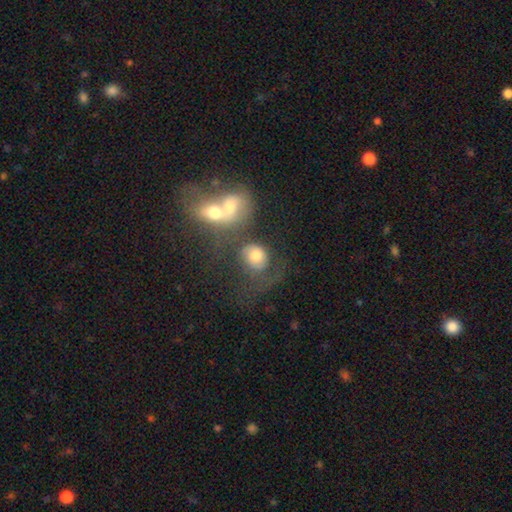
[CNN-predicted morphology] Q: Smooth or featured?
A: smooth (66%); runner-up: featured or disk (23%)
Q: How rounded?
A: round (61%); runner-up: in between (38%)
Q: Merging?
A: none (36%); runner-up: merger (33%)